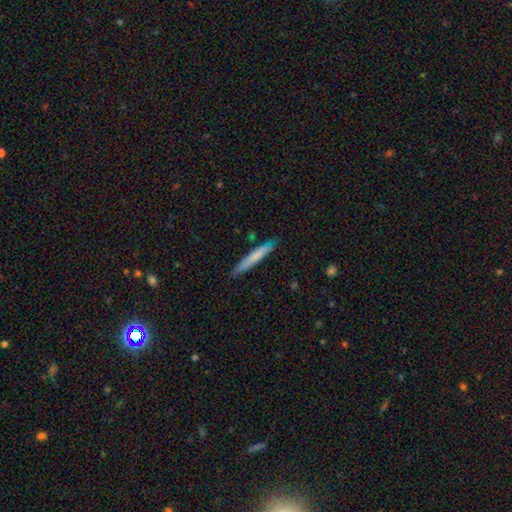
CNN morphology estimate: This appears to be a smooth galaxy with no disk features (69%) that is cigar-shaped (96%). Merging: none (88%).